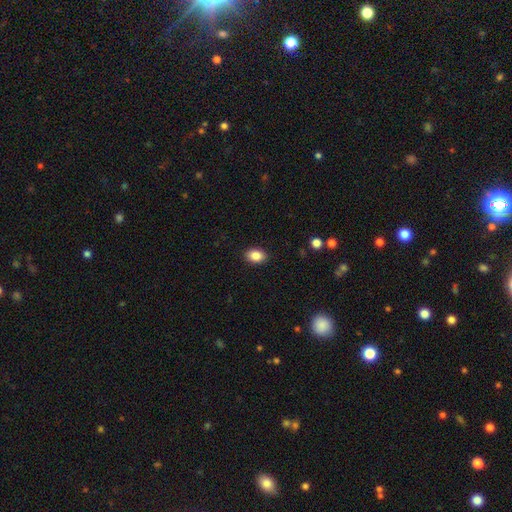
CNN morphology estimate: A smooth galaxy with no disk features (87%) that is in between round and cigar-shaped (80%).

Vote fractions:
- Smooth or featured? smooth: 87% / star or artifact: 8% / featured or disk: 4%
- How rounded? in between: 80% / round: 19% / cigar-shaped: 1%
- Merging? none: 89% / minor disturbance: 8% / major disturbance: 2% / merger: 1%